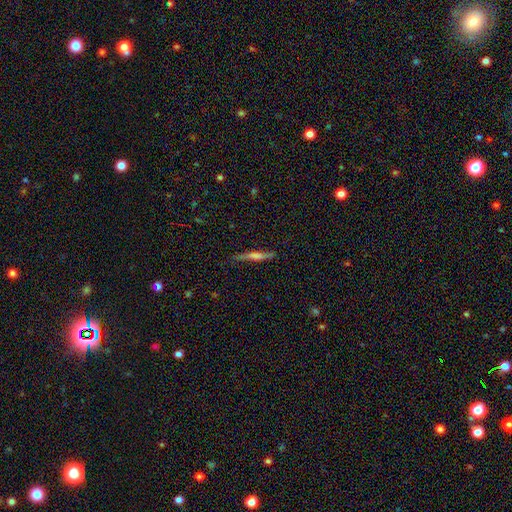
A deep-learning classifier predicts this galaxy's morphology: smooth_or_featured: featured or disk (p=0.59) [alt: smooth p=0.32]
disk_edge_on: yes (p=0.93) [alt: no p=0.07]
edge_on_bulge: rounded (p=0.58) [alt: none p=0.22]
merging: none (p=0.77) [alt: minor disturbance p=0.17]